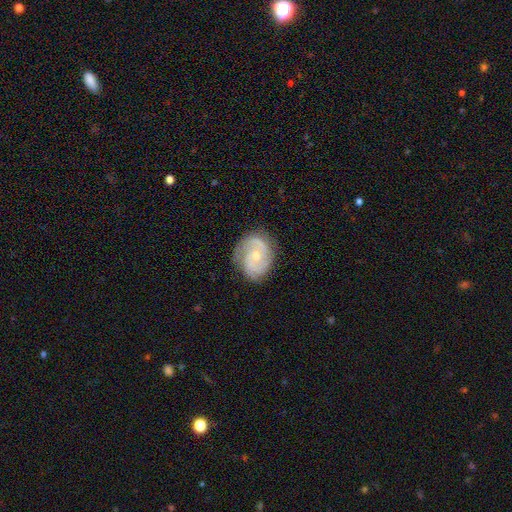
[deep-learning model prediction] featured or disk 82%, smooth 12%, star or artifact 6%. Down the decision tree: edge-on disk — no (98%); bar — no (64%); spiral arms — yes (96%); spiral arm count — 2 (74%); spiral winding — tight (47%); bulge size — small (58%); merging — none (76%).